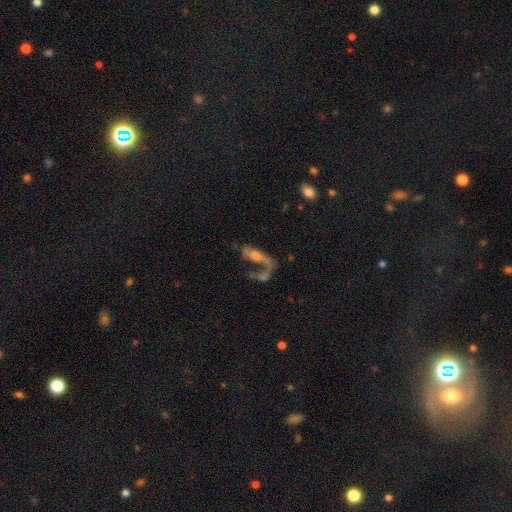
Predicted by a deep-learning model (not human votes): Smooth or featured?
  - featured or disk: 58% *
  - smooth: 29%
  - star or artifact: 13%
Edge-on disk?
  - no: 81% *
  - yes: 19%
Merging?
  - merger: 34% *
  - major disturbance: 31%
  - none: 24%
  - minor disturbance: 11%